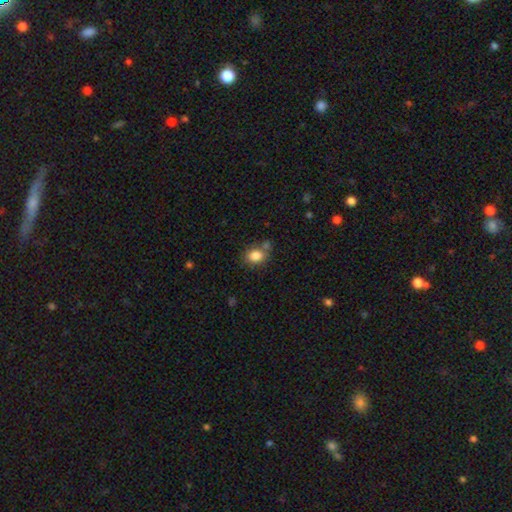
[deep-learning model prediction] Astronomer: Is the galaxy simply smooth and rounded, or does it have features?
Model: smooth — 84%.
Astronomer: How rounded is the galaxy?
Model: in between — 55% (runner-up: round, 44%).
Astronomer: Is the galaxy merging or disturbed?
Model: none — 64%.